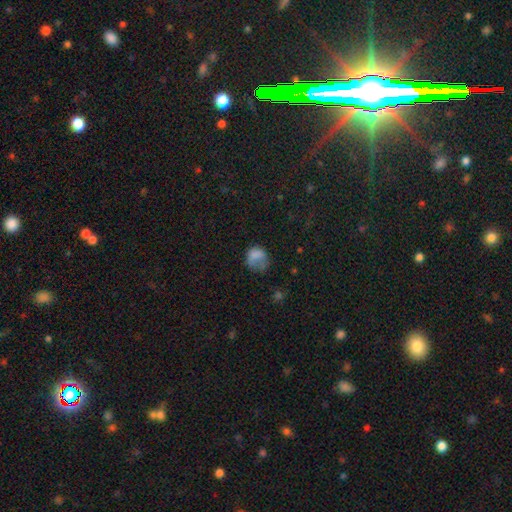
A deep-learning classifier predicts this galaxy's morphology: smooth-or-featured: smooth: 72% | featured or disk: 15% | star or artifact: 12%
  how-rounded: round: 62% | in between: 36% | cigar-shaped: 1%
  merging: none: 37% | minor disturbance: 30% | major disturbance: 29% | merger: 4%